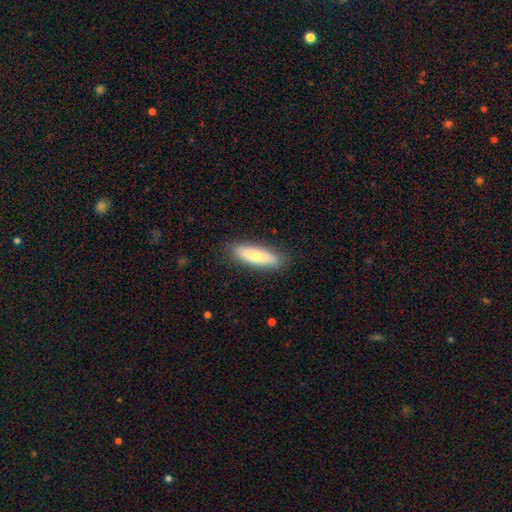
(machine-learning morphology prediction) Smooth or featured? Predicted: smooth (p=0.69). How rounded? Predicted: cigar-shaped (p=0.63). Merging? Predicted: none (p=0.86).